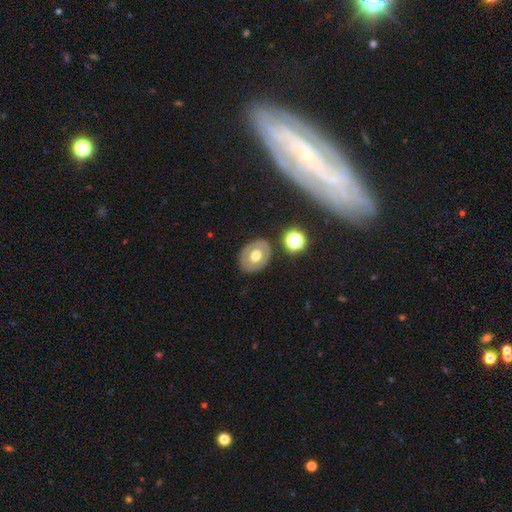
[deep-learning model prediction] A smooth galaxy with no disk features (49%).

Vote fractions:
- Smooth or featured? smooth: 49% / featured or disk: 42% / star or artifact: 9%
- Merging? none: 84% / minor disturbance: 10% / major disturbance: 3% / merger: 2%